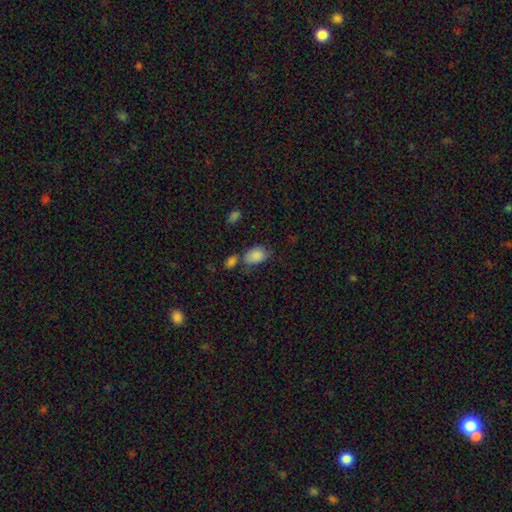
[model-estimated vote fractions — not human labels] The model was most divided on "merging": none: 48%, merger: 24%, minor disturbance: 20%, major disturbance: 8%. More confident: smooth or featured — smooth (86%); how rounded — in between (82%).